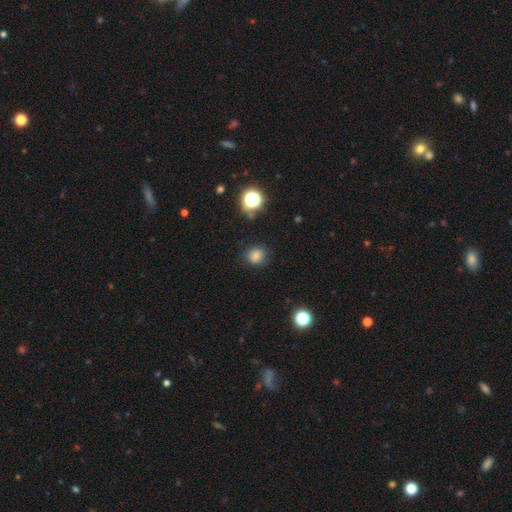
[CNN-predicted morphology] Smooth or featured? Predicted: smooth (p=0.77). How rounded? Predicted: round (p=0.82). Merging? Predicted: none (p=0.83).